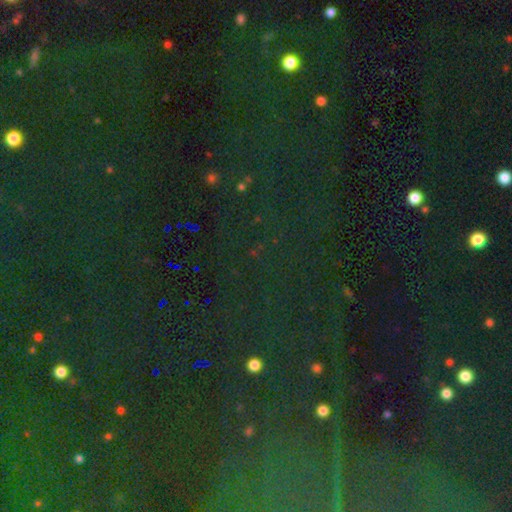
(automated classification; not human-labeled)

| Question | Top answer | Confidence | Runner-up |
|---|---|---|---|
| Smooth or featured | star or artifact | 81% | smooth (12%) |